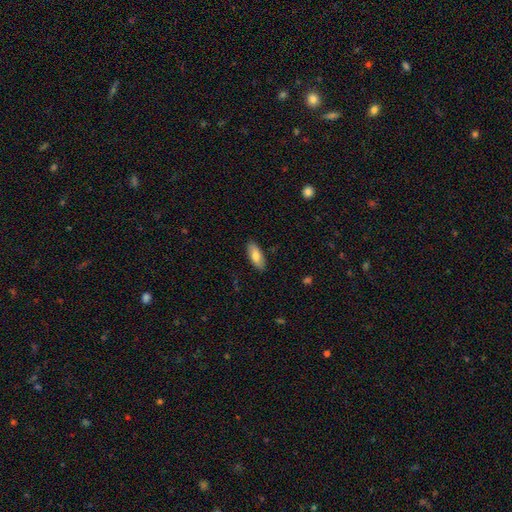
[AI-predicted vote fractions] smooth-or-featured: smooth: 78% | featured or disk: 16% | star or artifact: 6%
  how-rounded: in between: 81% | cigar-shaped: 17% | round: 2%
  merging: none: 88% | minor disturbance: 9% | major disturbance: 2% | merger: 1%